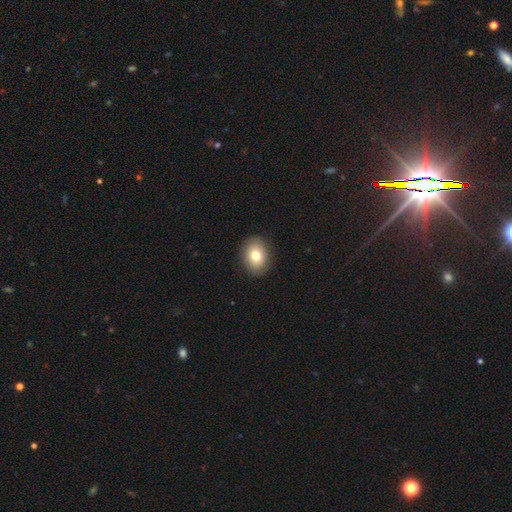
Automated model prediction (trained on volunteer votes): A smooth galaxy with no disk features (78%) that is in between round and cigar-shaped (64%). Merging: none (89%).